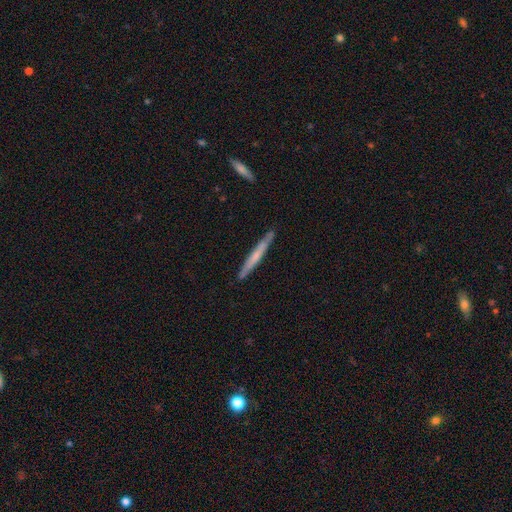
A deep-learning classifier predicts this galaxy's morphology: smooth-or-featured: smooth: 50% | featured or disk: 45% | star or artifact: 5%
  merging: none: 88% | minor disturbance: 9% | merger: 2% | major disturbance: 1%